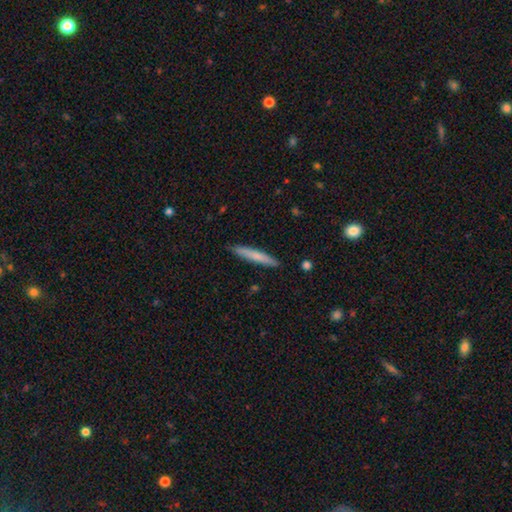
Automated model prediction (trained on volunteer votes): Smooth or featured? Predicted: smooth (p=0.69). How rounded? Predicted: cigar-shaped (p=0.94). Merging? Predicted: none (p=0.90).